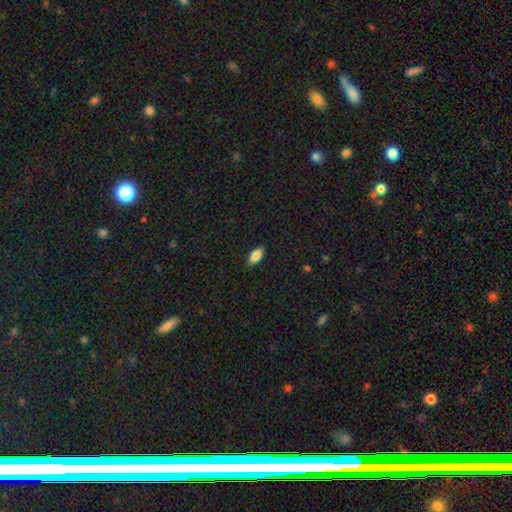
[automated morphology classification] Smooth or featured?
  - smooth: 82% *
  - featured or disk: 11%
  - star or artifact: 7%
How rounded?
  - in between: 85% *
  - cigar-shaped: 12%
  - round: 2%
Merging?
  - none: 88% *
  - minor disturbance: 9%
  - major disturbance: 2%
  - merger: 1%